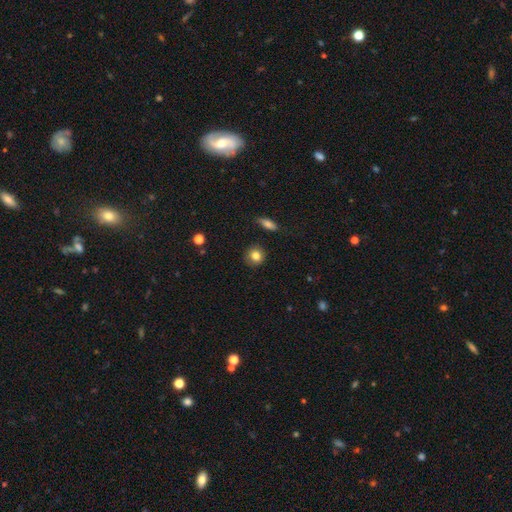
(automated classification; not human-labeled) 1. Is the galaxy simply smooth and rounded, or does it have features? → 83% smooth, 9% star or artifact, 7% featured or disk.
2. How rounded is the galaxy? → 87% round, 12% in between, 1% cigar-shaped.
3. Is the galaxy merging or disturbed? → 89% none, 8% minor disturbance, 2% major disturbance, 2% merger.